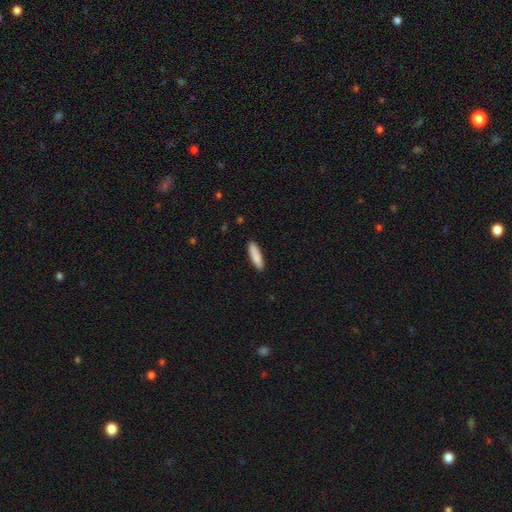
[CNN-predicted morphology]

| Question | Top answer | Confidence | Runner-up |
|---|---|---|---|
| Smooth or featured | smooth | 87% | featured or disk (7%) |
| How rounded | cigar-shaped | 68% | in between (30%) |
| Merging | none | 89% | minor disturbance (8%) |